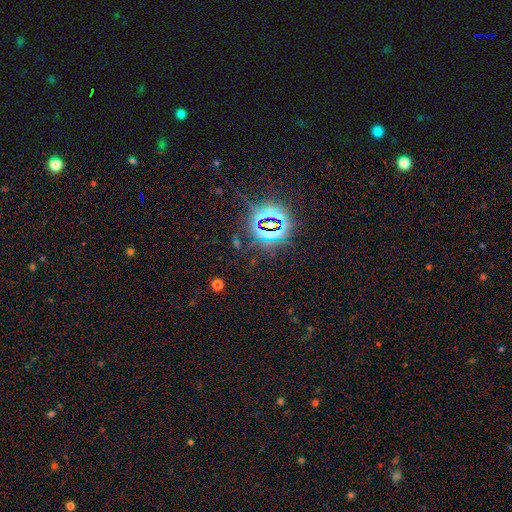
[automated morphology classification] A star or artifact, not a galaxy (83%).

Vote fractions:
- Smooth or featured? star or artifact: 83% / smooth: 10% / featured or disk: 7%